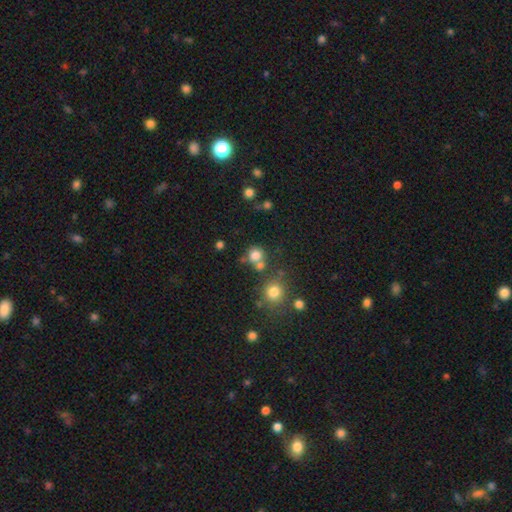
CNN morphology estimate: Overall: smooth (76%). How rounded: round (84%). Merging: none (59%; merger 26%).